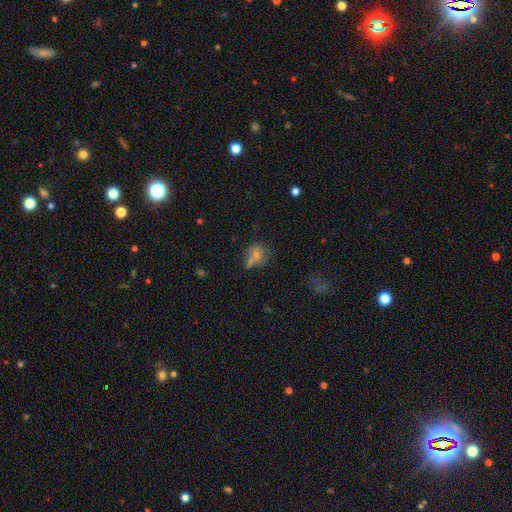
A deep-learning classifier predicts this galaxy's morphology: This is likely a smooth galaxy (70%). How rounded: likely round (62%). Merging: possibly none (50%).